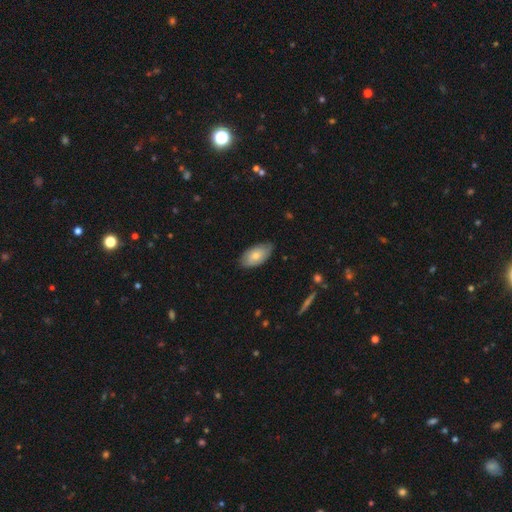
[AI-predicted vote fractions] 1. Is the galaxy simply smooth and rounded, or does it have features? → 71% smooth, 23% featured or disk, 6% star or artifact.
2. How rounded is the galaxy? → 94% in between, 4% round, 3% cigar-shaped.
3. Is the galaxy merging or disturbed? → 75% none, 21% minor disturbance, 3% major disturbance, 1% merger.